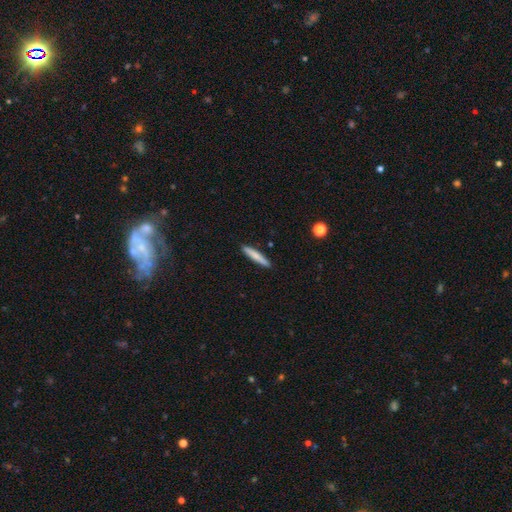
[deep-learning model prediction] Overall: smooth (72%). How rounded: cigar-shaped (94%). Merging: none (91%).